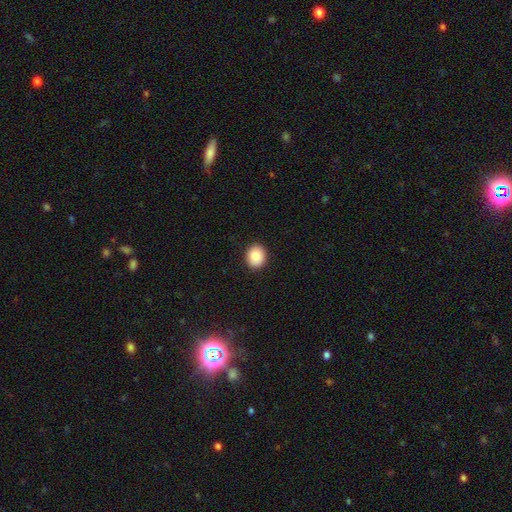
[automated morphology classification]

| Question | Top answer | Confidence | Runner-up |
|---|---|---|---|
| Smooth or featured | smooth | 84% | star or artifact (8%) |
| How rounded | round | 65% | in between (35%) |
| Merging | none | 91% | minor disturbance (6%) |